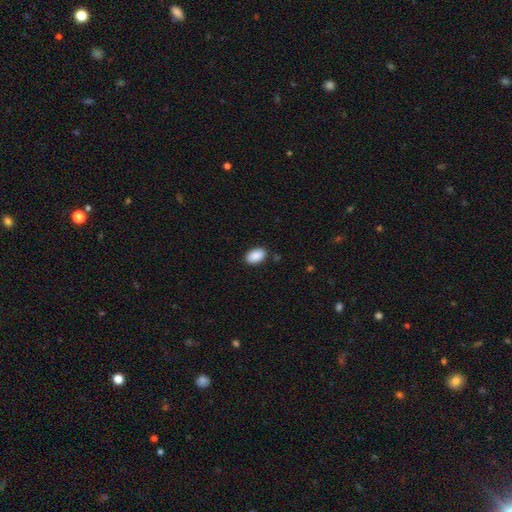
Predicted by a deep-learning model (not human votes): This is clearly a smooth galaxy (90%). How rounded: clearly in between (93%). Merging: clearly none (86%).